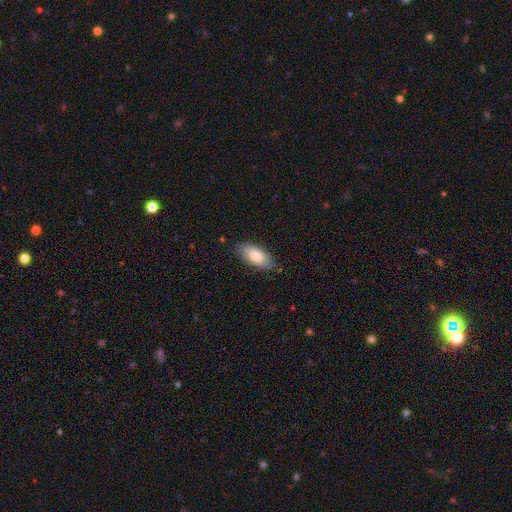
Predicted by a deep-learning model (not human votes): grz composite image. It shows a smooth galaxy with no disk features (81%) that is in between round and cigar-shaped (90%). Merging: none (79%).